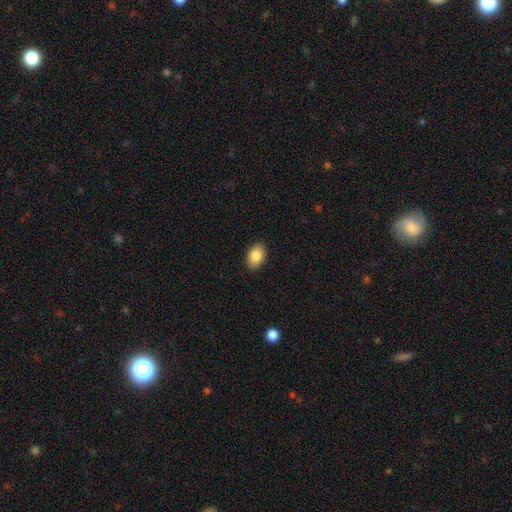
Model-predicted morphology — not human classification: Smooth or featured? smooth (87%)
How rounded? in between (88%)
Merging? none (89%)